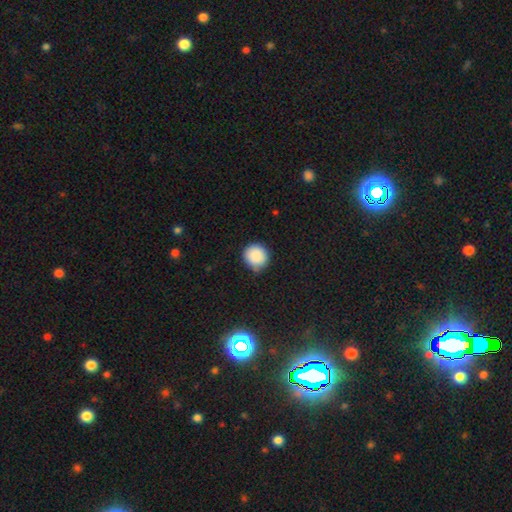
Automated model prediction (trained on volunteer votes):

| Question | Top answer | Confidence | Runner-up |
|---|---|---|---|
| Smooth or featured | smooth | 88% | star or artifact (9%) |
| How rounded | round | 93% | in between (6%) |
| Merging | none | 80% | minor disturbance (16%) |